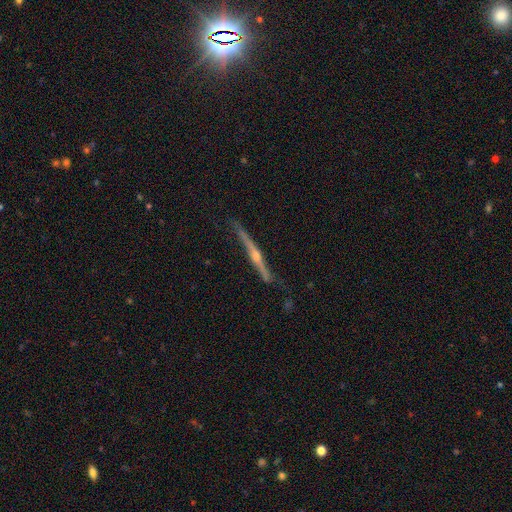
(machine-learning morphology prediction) A featured or disk galaxy (84%) viewed edge-on (97%) with a rounded central bulge (88%). Merging: none (81%).